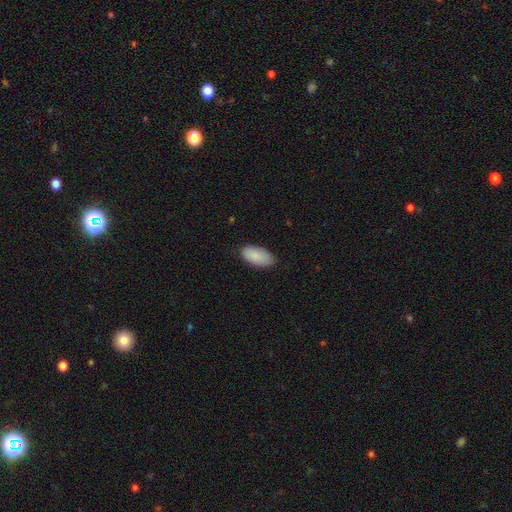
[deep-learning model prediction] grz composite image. It shows a smooth galaxy with no disk features (89%) that is in between round and cigar-shaped (95%). Merging: none (77%).